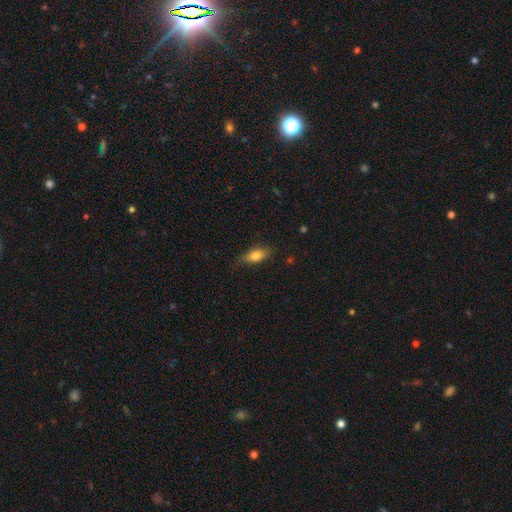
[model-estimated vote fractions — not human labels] This is likely a smooth galaxy (79%). How rounded: clearly in between (81%). Merging: likely none (70%).